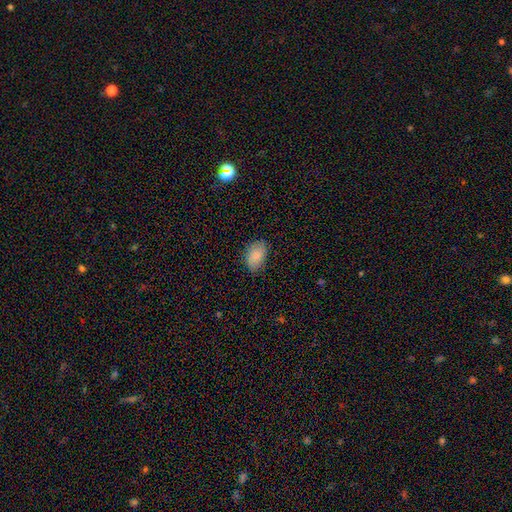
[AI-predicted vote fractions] Smooth or featured: smooth — 86% (star or artifact — 7%)
How rounded: in between — 88% (round — 10%)
Merging: none — 82% (minor disturbance — 14%)